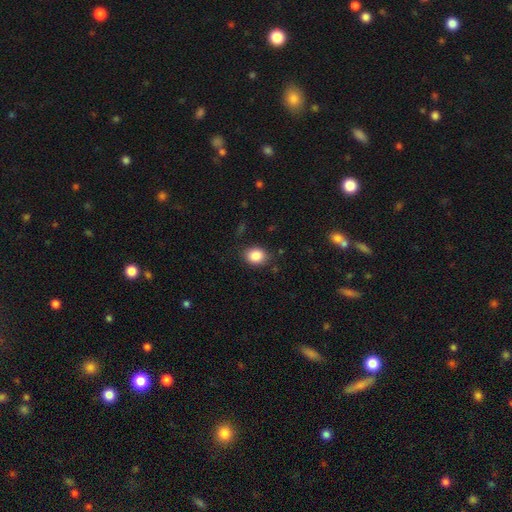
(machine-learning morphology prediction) A smooth galaxy with no disk features (87%) that is in between round and cigar-shaped (53%).

Vote fractions:
- Smooth or featured? smooth: 87% / star or artifact: 8% / featured or disk: 5%
- How rounded? in between: 53% / round: 46% / cigar-shaped: 1%
- Merging? none: 83% / minor disturbance: 13% / major disturbance: 3% / merger: 1%